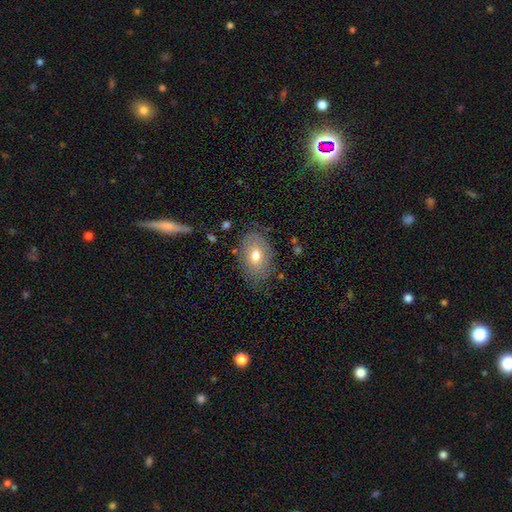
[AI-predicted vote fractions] The model was most divided on "smooth or featured": smooth: 68%, featured or disk: 23%, star or artifact: 9%. More confident: how rounded — in between (83%); merging — none (75%).